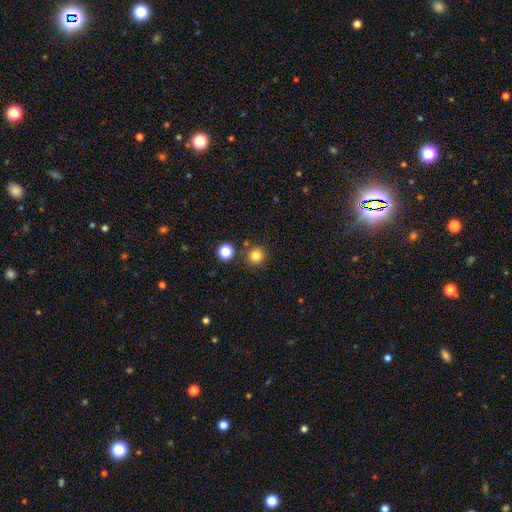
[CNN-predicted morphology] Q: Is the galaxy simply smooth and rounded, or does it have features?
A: smooth — 81%.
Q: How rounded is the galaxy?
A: round — 90%.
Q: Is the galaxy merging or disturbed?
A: none — 83%.